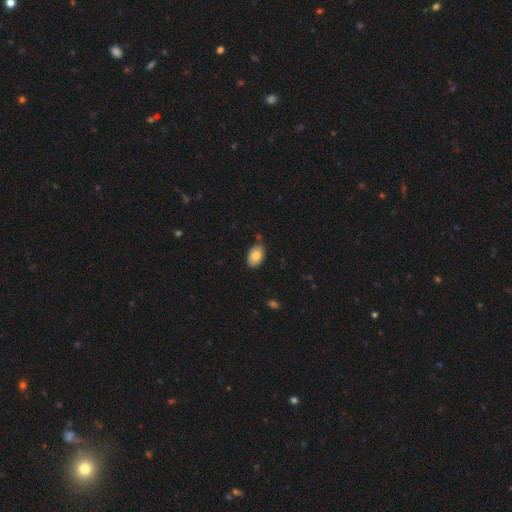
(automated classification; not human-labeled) Morphology: type=smooth (83%); roundness=in between (92%); merging=none (80%).